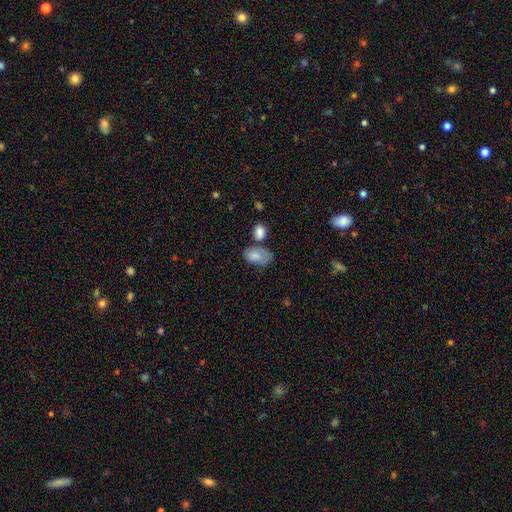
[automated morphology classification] This appears to be a smooth galaxy with no disk features (78%) that is in between round and cigar-shaped (92%). Merging: none (39%).